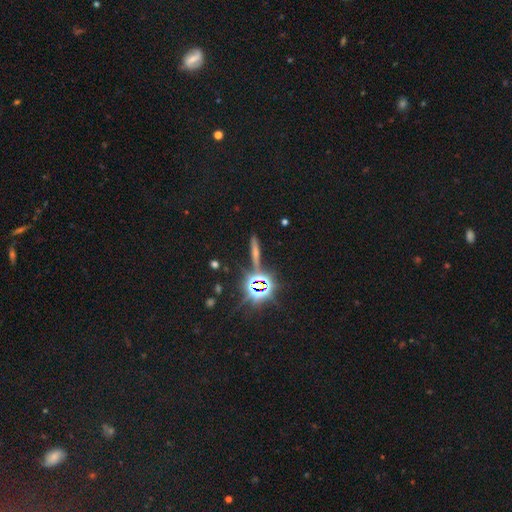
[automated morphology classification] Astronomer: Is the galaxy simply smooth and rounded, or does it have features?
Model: star or artifact — 63%.